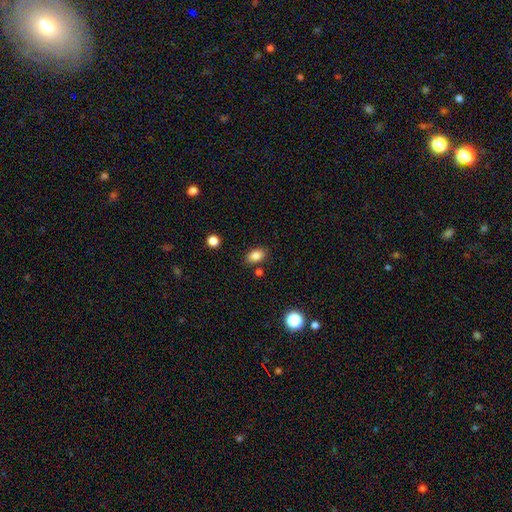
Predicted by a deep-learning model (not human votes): Overall: smooth (84%). How rounded: in between (84%). Merging: none (82%).